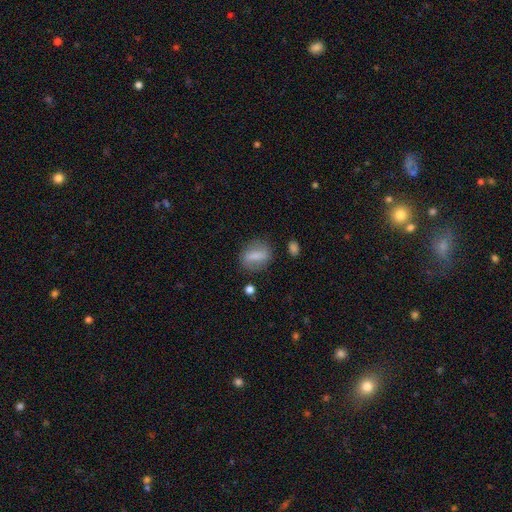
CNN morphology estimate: smooth 64%, featured or disk 28%, star or artifact 8%. Down the decision tree: how rounded — in between (59%); merging — none (75%).